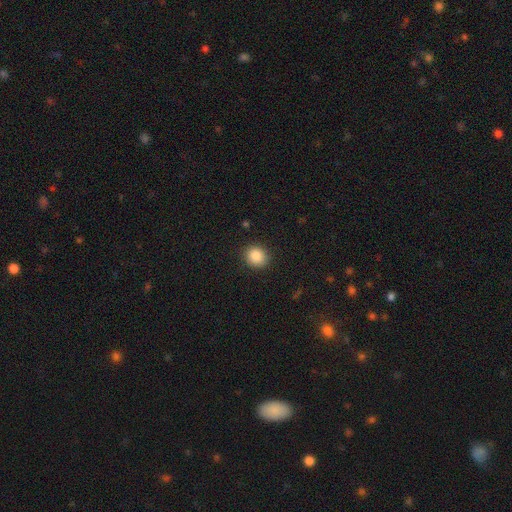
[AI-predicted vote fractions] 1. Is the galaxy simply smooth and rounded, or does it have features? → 86% smooth, 9% star or artifact, 5% featured or disk.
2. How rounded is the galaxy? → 80% round, 20% in between, 1% cigar-shaped.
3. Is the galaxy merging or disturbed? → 90% none, 7% minor disturbance, 2% major disturbance, 1% merger.